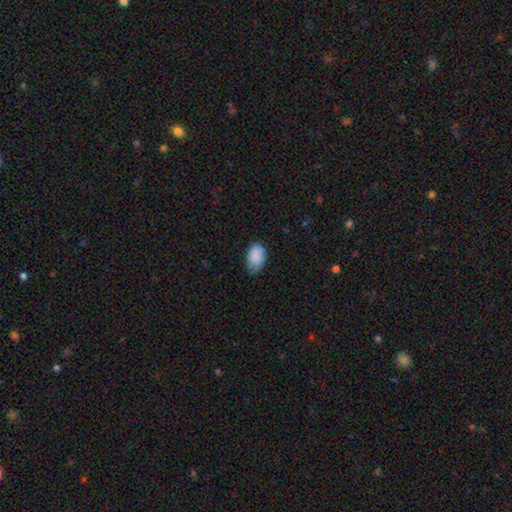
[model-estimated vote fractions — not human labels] Smooth or featured: smooth — 89% (star or artifact — 7%)
How rounded: in between — 90% (round — 8%)
Merging: none — 70% (minor disturbance — 26%)